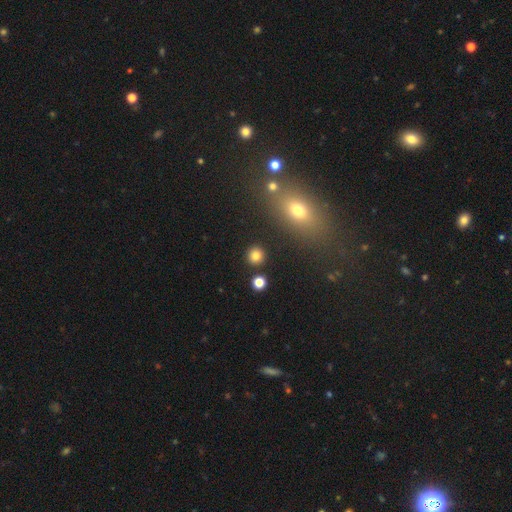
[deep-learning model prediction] Morphology: type=smooth (83%); roundness=round (91%); merging=none (89%).